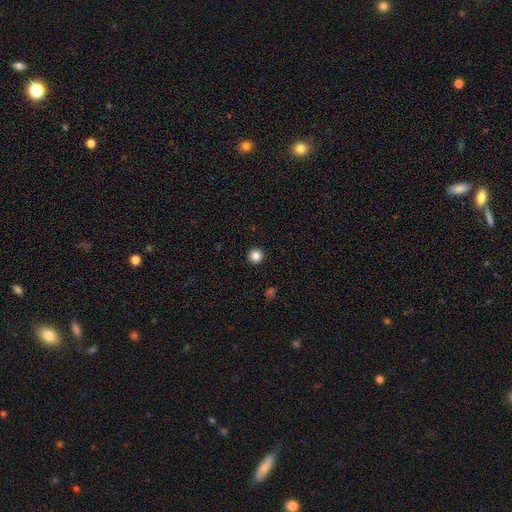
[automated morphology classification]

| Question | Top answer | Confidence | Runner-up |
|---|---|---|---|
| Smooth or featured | smooth | 85% | star or artifact (11%) |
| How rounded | round | 96% | in between (3%) |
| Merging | none | 94% | minor disturbance (4%) |